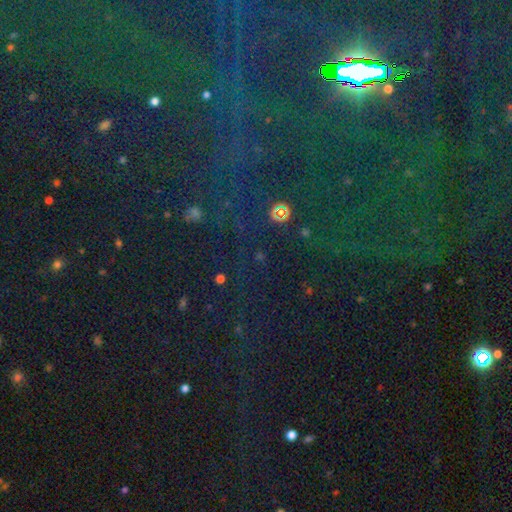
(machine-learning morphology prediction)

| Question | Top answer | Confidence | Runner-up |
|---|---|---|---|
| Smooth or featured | star or artifact | 80% | smooth (12%) |